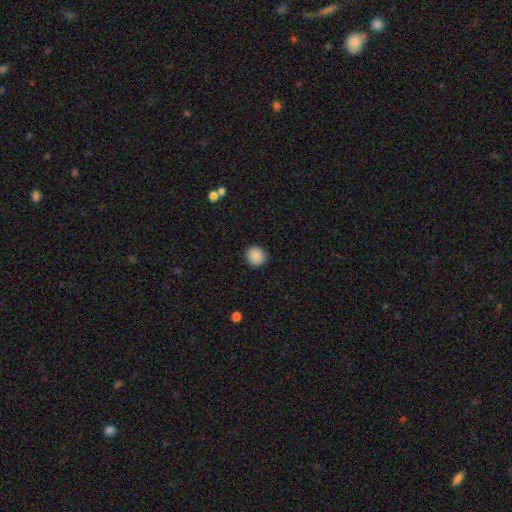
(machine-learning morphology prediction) Smooth or featured?
  - smooth: 89% *
  - star or artifact: 8%
  - featured or disk: 3%
How rounded?
  - round: 89% *
  - in between: 10%
  - cigar-shaped: 1%
Merging?
  - none: 91% *
  - minor disturbance: 6%
  - major disturbance: 2%
  - merger: 1%